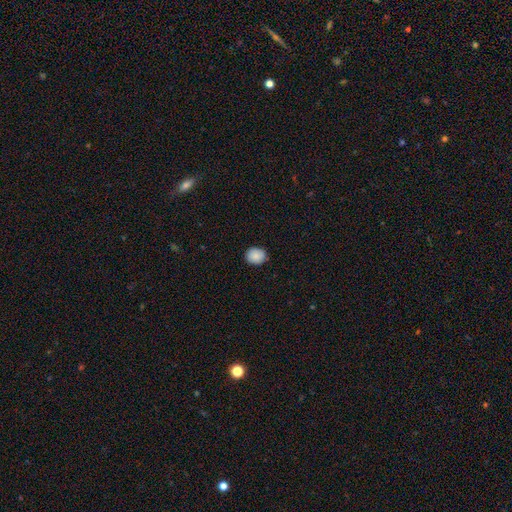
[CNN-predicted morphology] Q: Smooth or featured?
A: smooth (88%); runner-up: star or artifact (8%)
Q: How rounded?
A: round (66%); runner-up: in between (33%)
Q: Merging?
A: none (88%); runner-up: minor disturbance (10%)